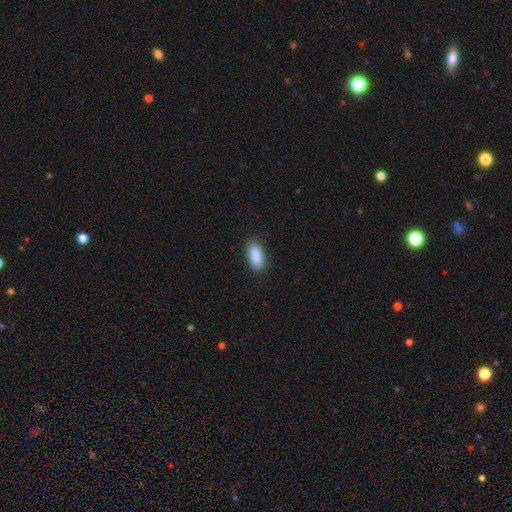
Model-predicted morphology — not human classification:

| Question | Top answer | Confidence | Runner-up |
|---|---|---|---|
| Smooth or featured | smooth | 88% | star or artifact (7%) |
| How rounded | in between | 87% | cigar-shaped (11%) |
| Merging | none | 85% | minor disturbance (11%) |